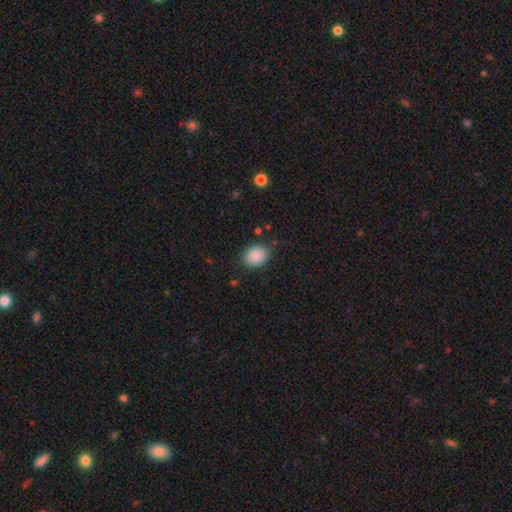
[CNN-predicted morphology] The model was most divided on "how rounded": round: 53%, in between: 46%, cigar-shaped: 1%. More confident: smooth or featured — smooth (88%); merging — none (85%).